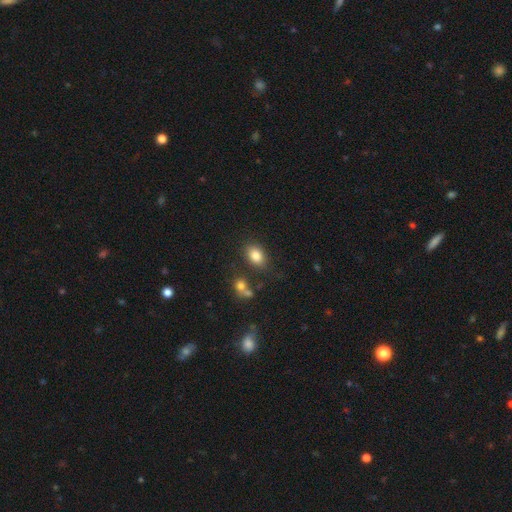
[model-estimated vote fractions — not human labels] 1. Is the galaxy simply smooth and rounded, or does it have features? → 83% smooth, 10% star or artifact, 7% featured or disk.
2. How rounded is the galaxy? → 79% in between, 20% round, 1% cigar-shaped.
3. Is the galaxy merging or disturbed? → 76% none, 13% minor disturbance, 6% merger, 4% major disturbance.